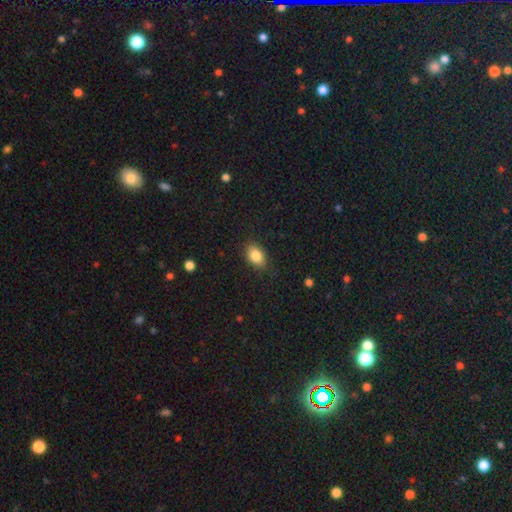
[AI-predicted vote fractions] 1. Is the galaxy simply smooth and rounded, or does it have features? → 85% smooth, 8% star or artifact, 7% featured or disk.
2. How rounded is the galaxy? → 82% in between, 16% round, 1% cigar-shaped.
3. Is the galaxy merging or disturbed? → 84% none, 12% minor disturbance, 3% major disturbance, 1% merger.